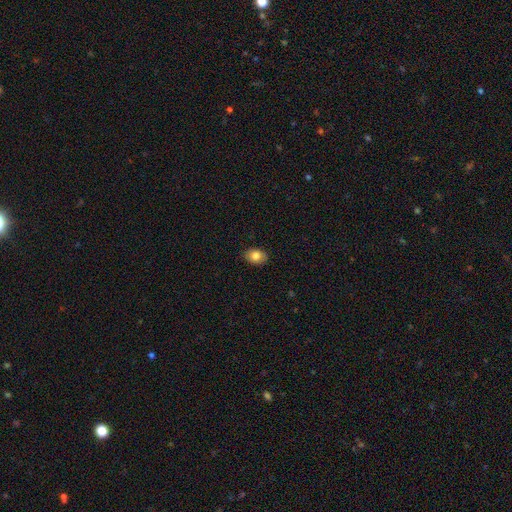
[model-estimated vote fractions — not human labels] Morphology: type=smooth (81%); roundness=in between (73%); merging=none (86%).